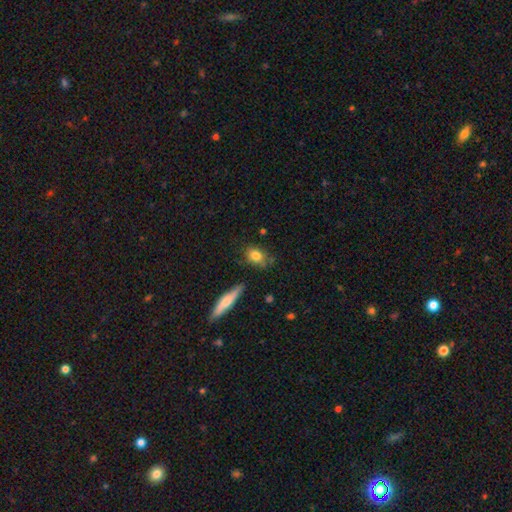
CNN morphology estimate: The model was most divided on "how rounded": in between: 65%, round: 28%, cigar-shaped: 7%. More confident: smooth or featured — smooth (78%); merging — none (68%).